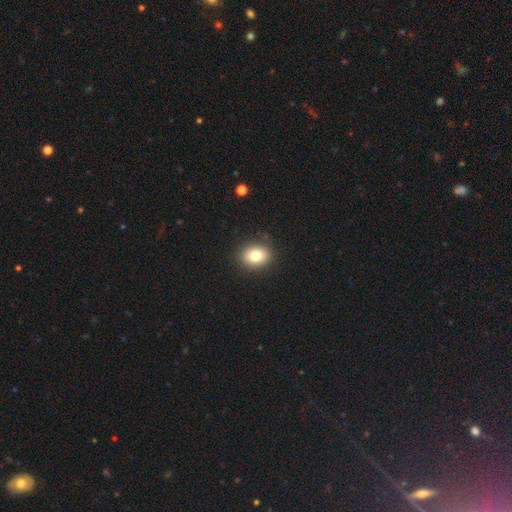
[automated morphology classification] This appears to be a smooth galaxy with no disk features (79%) that is round (52%). Merging: none (88%).